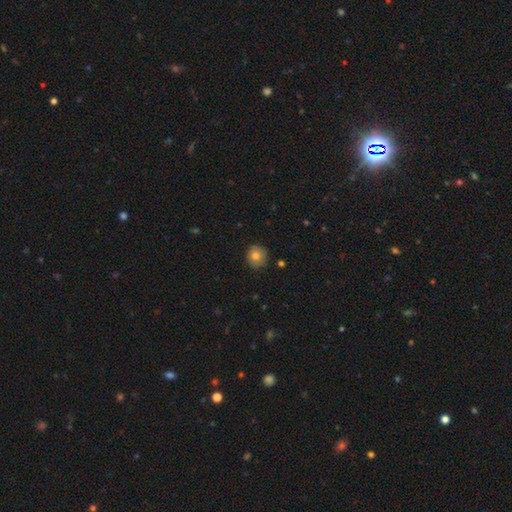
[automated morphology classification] A smooth galaxy with no disk features (78%) that is round (87%). Merging: none (85%).